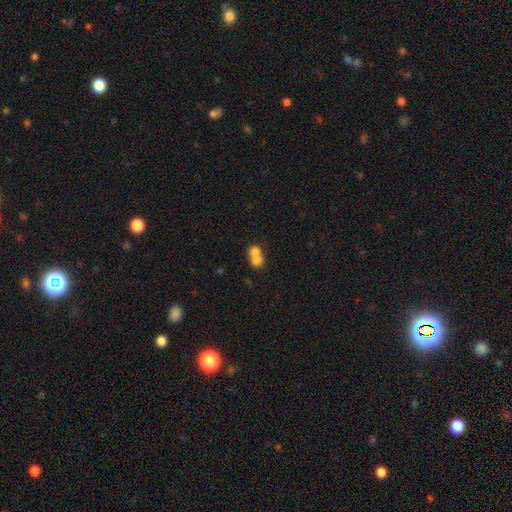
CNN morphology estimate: smooth_or_featured: smooth (p=0.73) [alt: featured or disk p=0.17]
how_rounded: round (p=0.60) [alt: in between p=0.38]
merging: merger (p=0.71) [alt: none p=0.21]